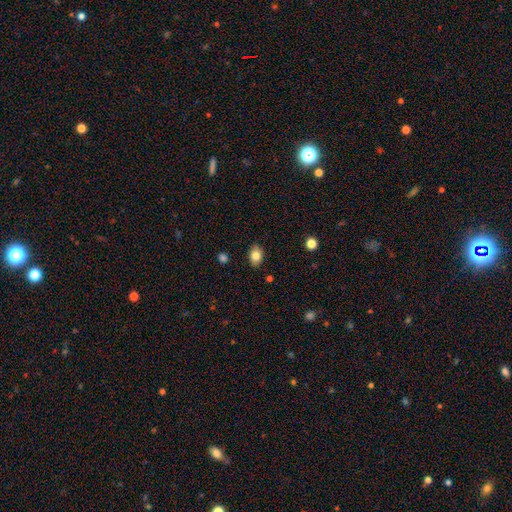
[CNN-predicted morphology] Smooth or featured: smooth — 82% (featured or disk — 9%)
How rounded: in between — 78% (round — 21%)
Merging: none — 87% (minor disturbance — 10%)